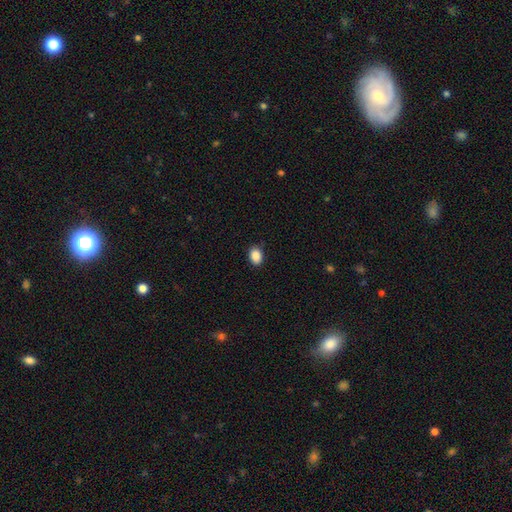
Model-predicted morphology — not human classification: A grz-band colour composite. It shows a smooth galaxy with no disk features (89%) that is in between round and cigar-shaped (71%). Merging: none (87%).